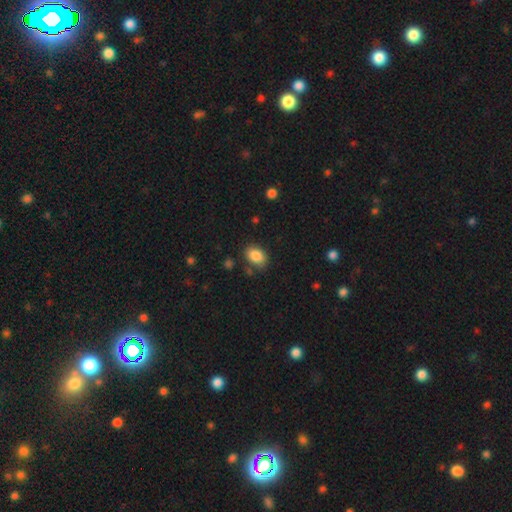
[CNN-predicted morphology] Smooth or featured: smooth — 86% (star or artifact — 8%)
How rounded: in between — 79% (round — 20%)
Merging: none — 80% (minor disturbance — 14%)